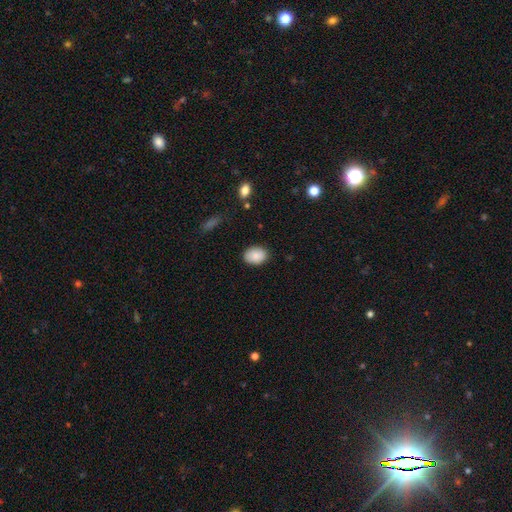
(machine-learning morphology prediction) Smooth or featured: smooth — 88% (star or artifact — 7%)
How rounded: in between — 76% (round — 23%)
Merging: none — 87% (minor disturbance — 10%)